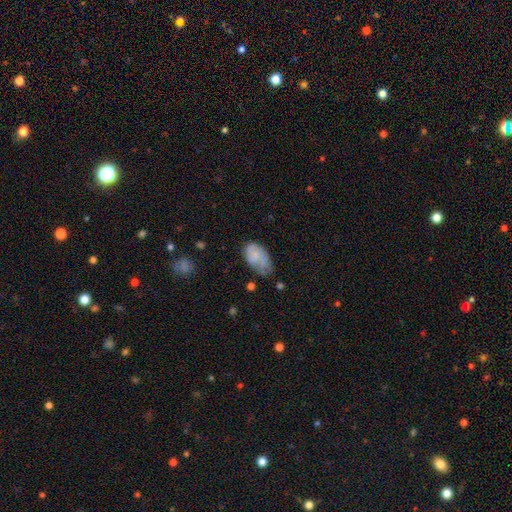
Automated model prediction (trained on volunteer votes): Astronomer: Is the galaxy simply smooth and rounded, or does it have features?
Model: smooth — 64%.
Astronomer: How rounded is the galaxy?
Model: in between — 92%.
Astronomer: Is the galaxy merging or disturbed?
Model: none — 43% (runner-up: minor disturbance, 37%).